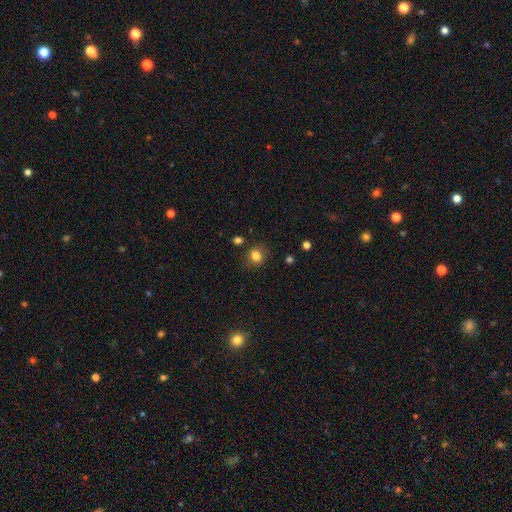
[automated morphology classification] This appears to be a smooth galaxy with no disk features (82%) that is round (75%). Merging: none (82%).